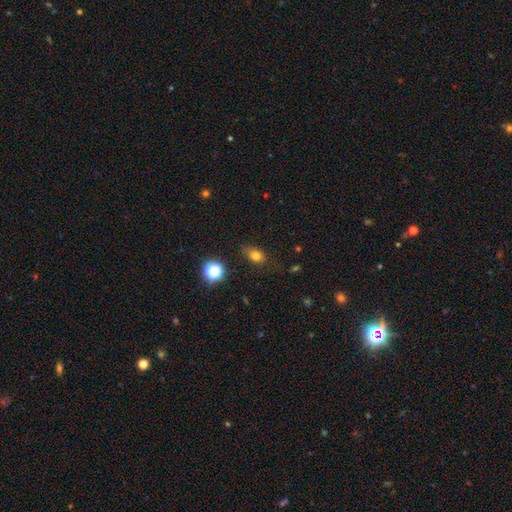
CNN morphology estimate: The model was most divided on "how rounded": in between: 64%, round: 33%, cigar-shaped: 3%. More confident: smooth or featured — smooth (77%); merging — none (72%).